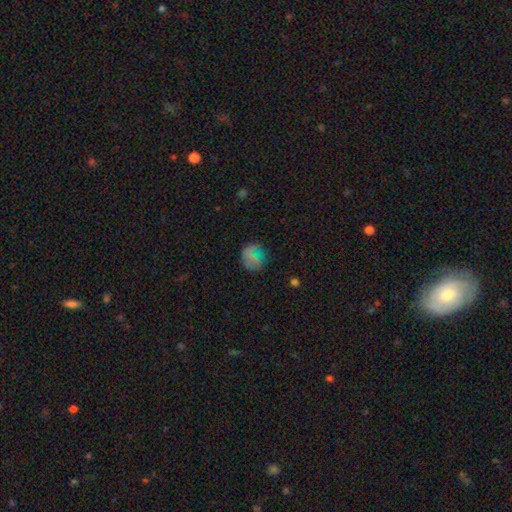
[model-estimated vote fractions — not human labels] smooth_or_featured: smooth (p=0.59) [alt: featured or disk p=0.21]
how_rounded: round (p=0.85) [alt: in between p=0.14]
merging: none (p=0.73) [alt: minor disturbance p=0.16]